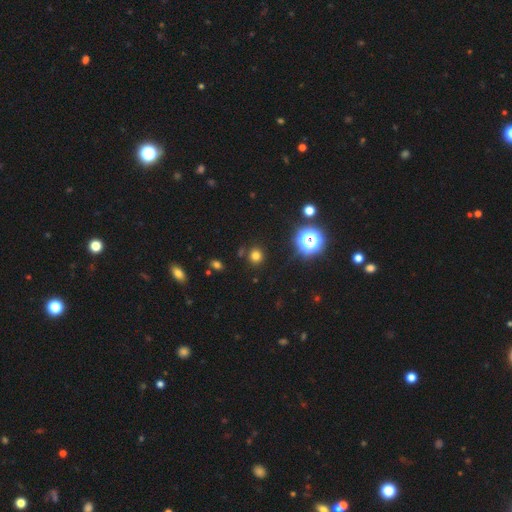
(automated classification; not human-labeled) Morphology: type=smooth (74%); roundness=round (90%); merging=none (87%).